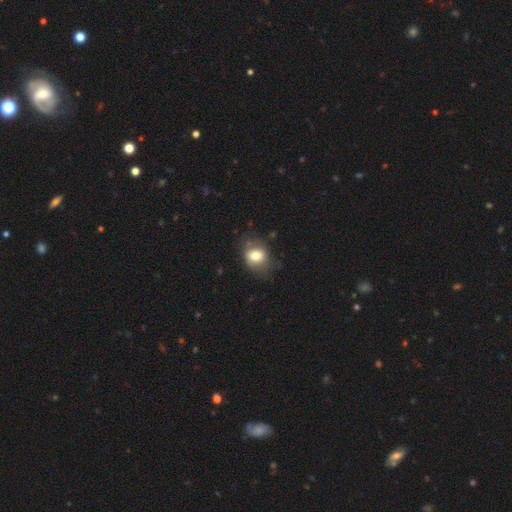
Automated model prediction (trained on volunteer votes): This is likely a smooth galaxy (73%). How rounded: possibly round (50%). Merging: likely none (67%).